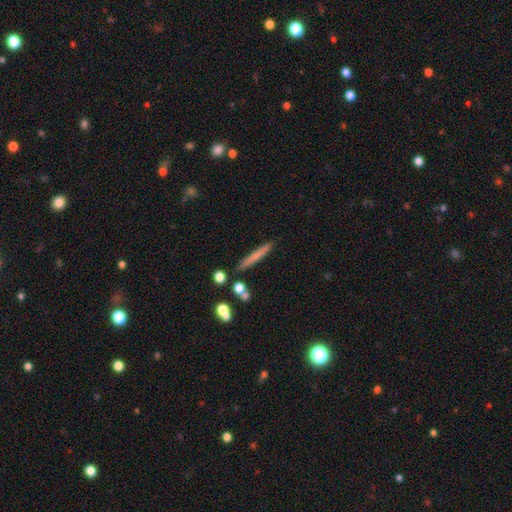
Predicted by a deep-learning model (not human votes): Smooth or featured? Predicted: smooth (p=0.65). How rounded? Predicted: cigar-shaped (p=0.95). Merging? Predicted: none (p=0.86).